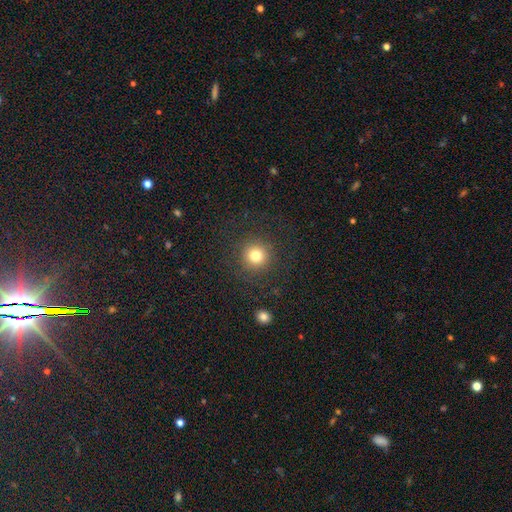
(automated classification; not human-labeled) smooth 80%, star or artifact 13%, featured or disk 7%. Down the decision tree: how rounded — round (94%); merging — none (88%).